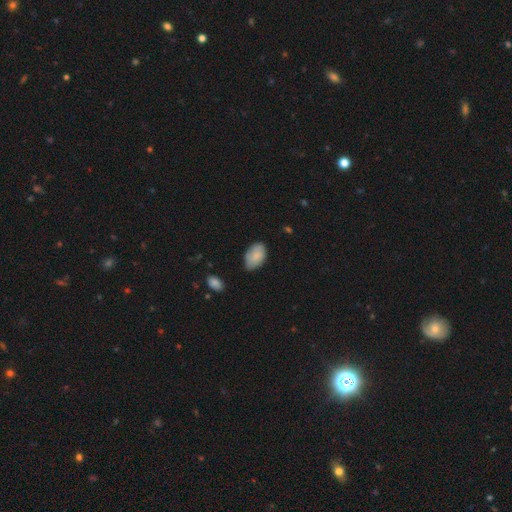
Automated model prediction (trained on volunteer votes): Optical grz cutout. It shows a smooth galaxy with no disk features (82%) that is in between round and cigar-shaped (92%). Merging: none (69%).